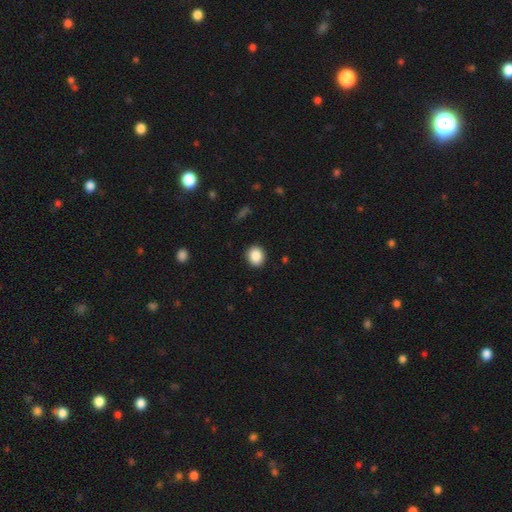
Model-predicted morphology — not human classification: Smooth or featured?
  - smooth: 88% *
  - star or artifact: 9%
  - featured or disk: 4%
How rounded?
  - round: 75% *
  - in between: 24%
  - cigar-shaped: 1%
Merging?
  - none: 90% *
  - minor disturbance: 7%
  - major disturbance: 2%
  - merger: 1%